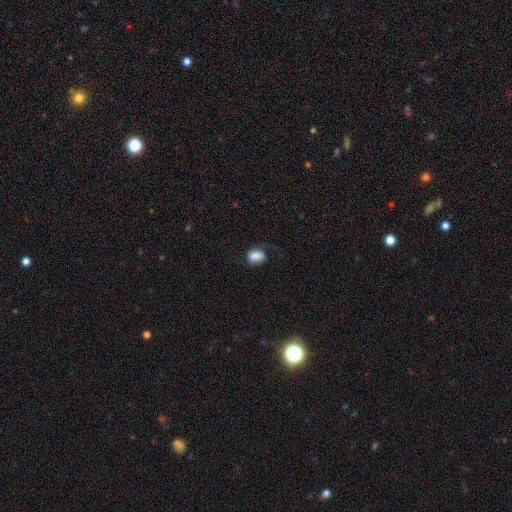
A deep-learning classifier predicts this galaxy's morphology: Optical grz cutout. It shows a smooth galaxy with no disk features (79%) that is in between round and cigar-shaped (70%). Merging: none (52%).